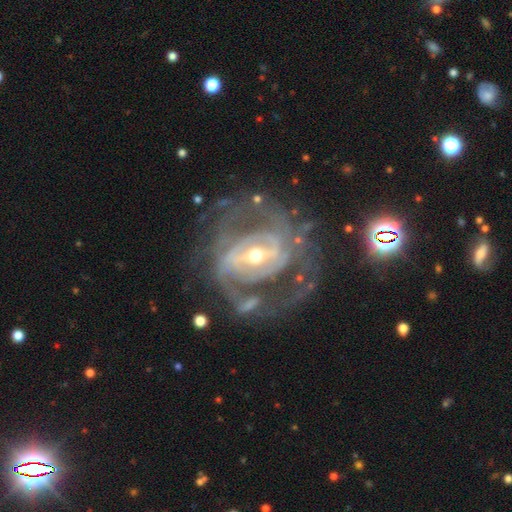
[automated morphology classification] Q: Smooth or featured?
A: featured or disk (87%); runner-up: smooth (7%)
Q: Edge-on disk?
A: no (96%); runner-up: yes (4%)
Q: Bar?
A: strong (52%); runner-up: weak (34%)
Q: Spiral arms?
A: yes (86%); runner-up: no (14%)
Q: Spiral winding?
A: tight (47%); runner-up: medium (39%)
Q: Spiral arm count?
A: 2 (44%); runner-up: can't tell (28%)
Q: Bulge size?
A: moderate (51%); runner-up: small (42%)
Q: Merging?
A: none (59%); runner-up: major disturbance (21%)